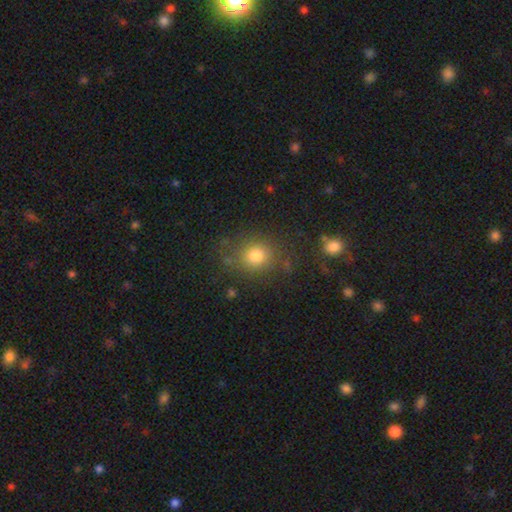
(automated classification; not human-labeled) Smooth or featured? smooth (78%)
How rounded? round (71%)
Merging? none (77%)